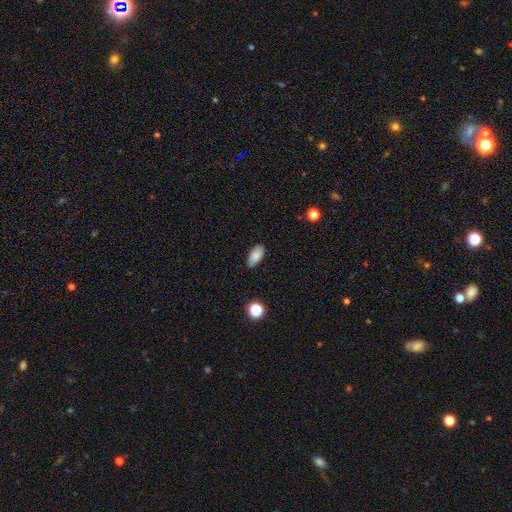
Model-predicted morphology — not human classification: Q: Smooth or featured?
A: smooth (85%); runner-up: star or artifact (8%)
Q: How rounded?
A: in between (93%); runner-up: cigar-shaped (4%)
Q: Merging?
A: none (83%); runner-up: minor disturbance (13%)